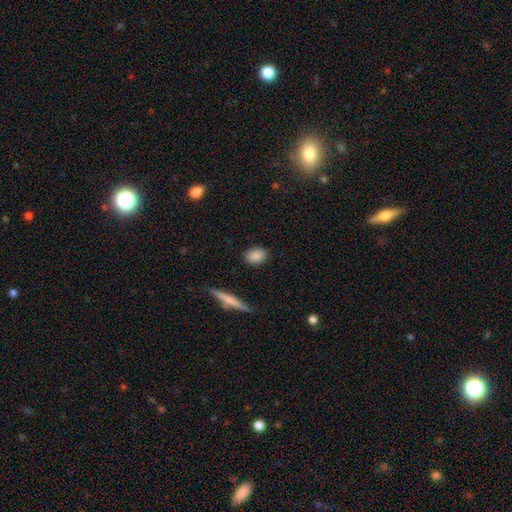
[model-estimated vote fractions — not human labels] smooth_or_featured: smooth (p=0.87) [alt: star or artifact p=0.07]
how_rounded: in between (p=0.76) [alt: round p=0.20]
merging: none (p=0.87) [alt: minor disturbance p=0.09]